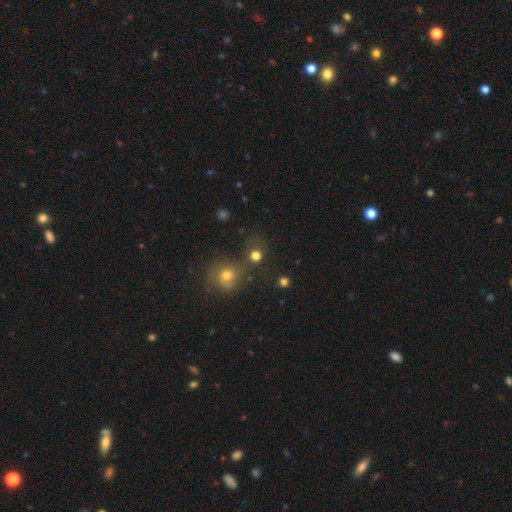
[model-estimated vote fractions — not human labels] Smooth or featured: smooth — 74% (star or artifact — 18%)
How rounded: round — 88% (in between — 11%)
Merging: none — 61% (merger — 24%)